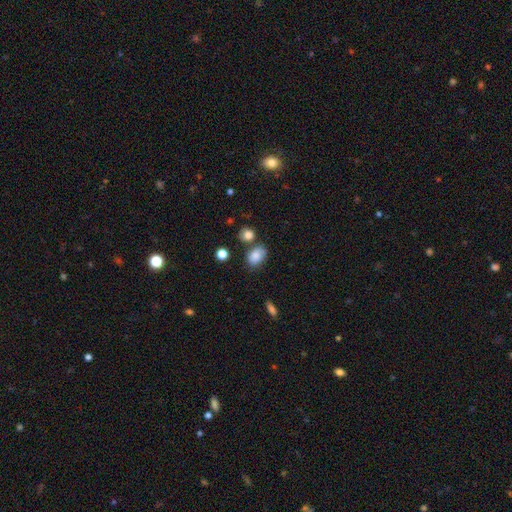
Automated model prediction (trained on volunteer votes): A smooth galaxy with no disk features (82%) that is in between round and cigar-shaped (76%). Merging: none (62%).